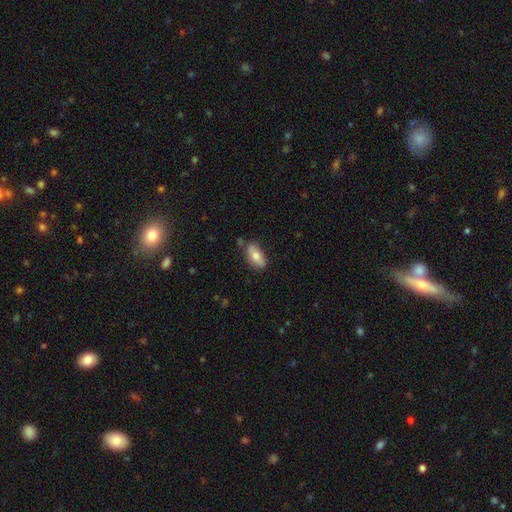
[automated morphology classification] A smooth galaxy with no disk features (75%) that is in between round and cigar-shaped (88%).

Vote fractions:
- Smooth or featured? smooth: 75% / featured or disk: 19% / star or artifact: 7%
- How rounded? in between: 88% / cigar-shaped: 9% / round: 4%
- Merging? none: 71% / minor disturbance: 20% / merger: 5% / major disturbance: 4%